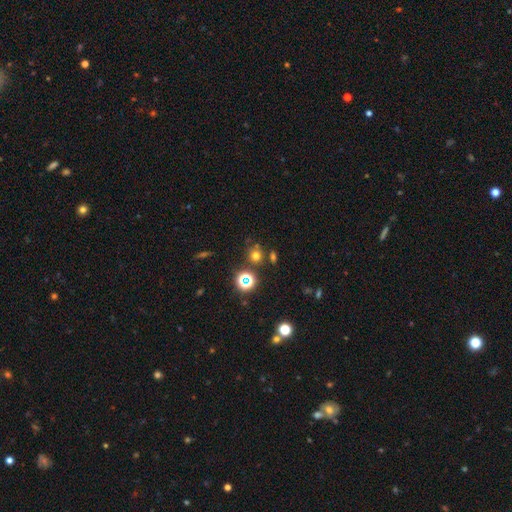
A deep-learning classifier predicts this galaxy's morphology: smooth 64%, star or artifact 27%, featured or disk 8%. Down the decision tree: how rounded — round (85%); merging — none (73%).